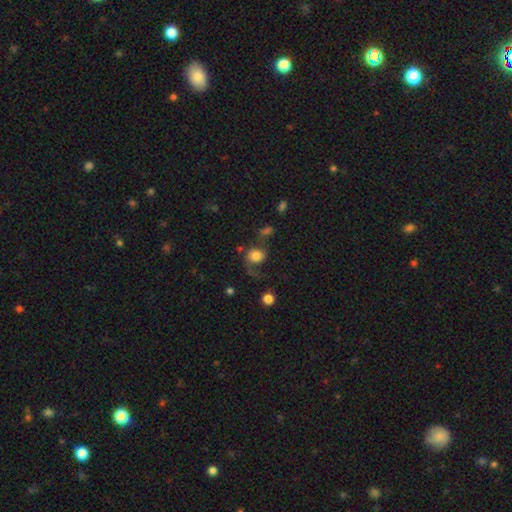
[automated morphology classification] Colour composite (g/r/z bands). It shows a smooth galaxy with no disk features (63%) that is round (66%). Merging: none (40%).